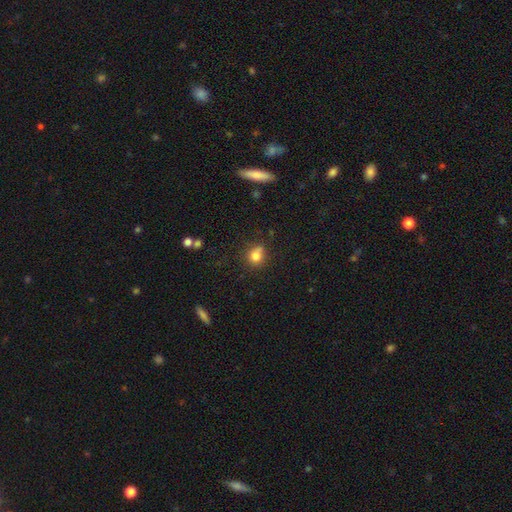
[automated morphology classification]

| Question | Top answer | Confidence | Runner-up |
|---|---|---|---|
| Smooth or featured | smooth | 78% | star or artifact (13%) |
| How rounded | round | 83% | in between (16%) |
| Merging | none | 60% | merger (17%) |